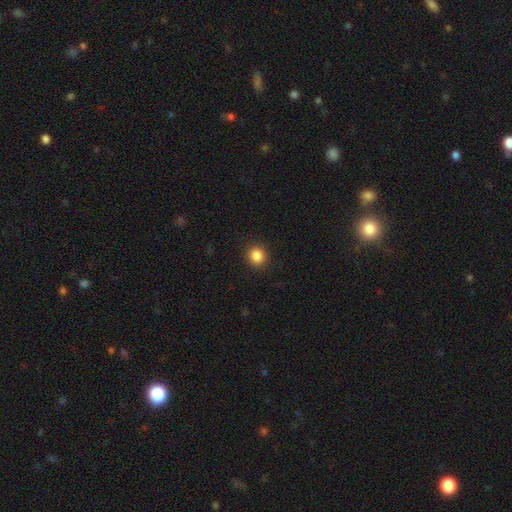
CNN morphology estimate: A smooth galaxy with no disk features (86%) that is round (84%). Merging: none (91%).